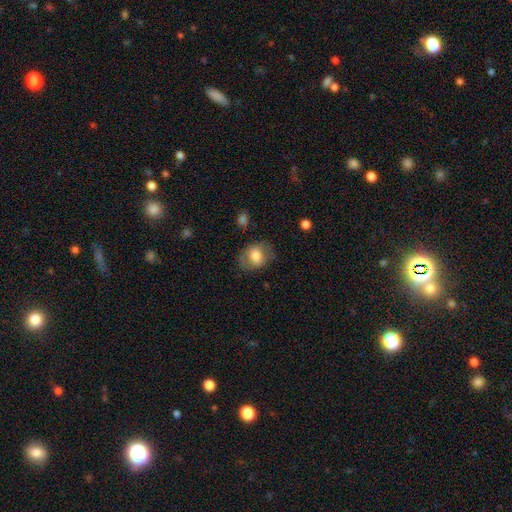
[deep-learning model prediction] Smooth or featured: smooth — 66% (featured or disk — 26%)
How rounded: in between — 60% (round — 39%)
Merging: none — 71% (minor disturbance — 18%)